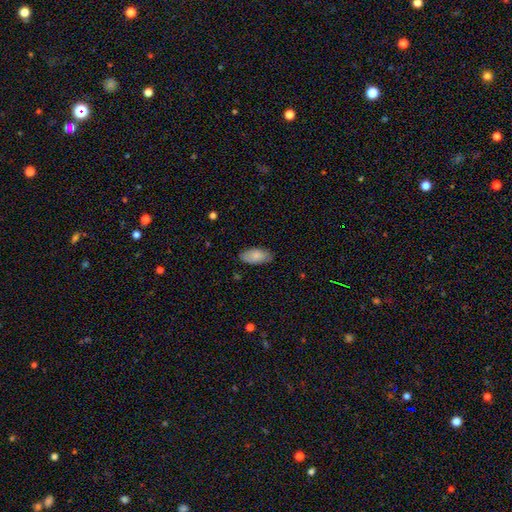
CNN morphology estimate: A smooth galaxy with no disk features (84%) that is in between round and cigar-shaped (92%). Merging: none (81%).